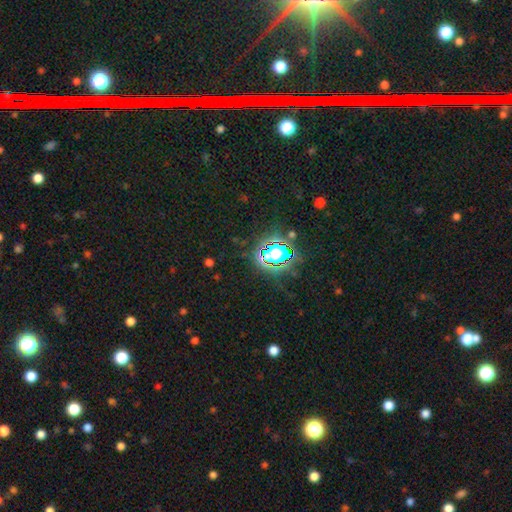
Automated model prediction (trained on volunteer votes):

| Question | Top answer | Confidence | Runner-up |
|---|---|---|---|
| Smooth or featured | star or artifact | 83% | smooth (10%) |